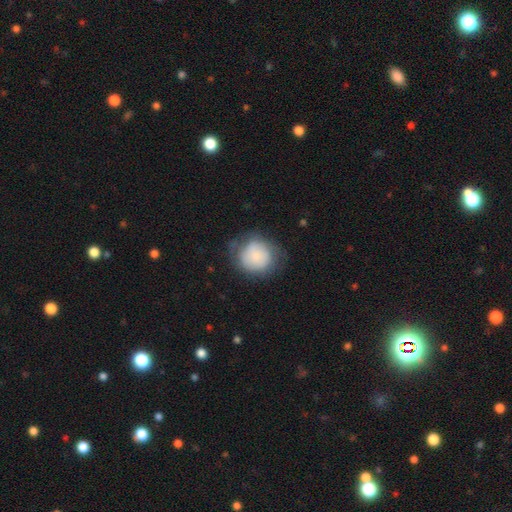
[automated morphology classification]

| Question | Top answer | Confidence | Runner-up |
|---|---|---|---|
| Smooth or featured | smooth | 75% | featured or disk (18%) |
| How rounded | round | 78% | in between (22%) |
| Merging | none | 56% | minor disturbance (28%) |